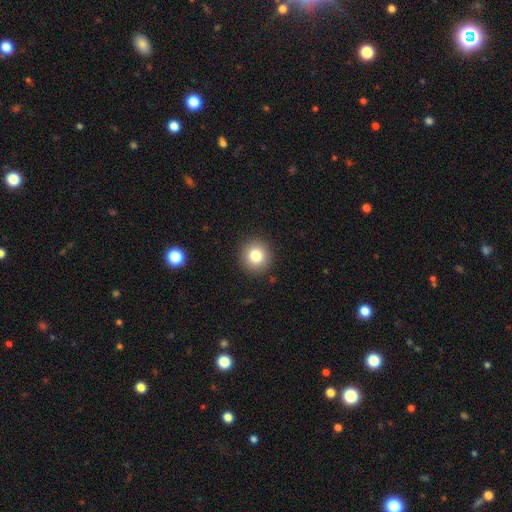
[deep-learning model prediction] smooth 81%, star or artifact 11%, featured or disk 8%. Down the decision tree: how rounded — round (93%); merging — none (91%).